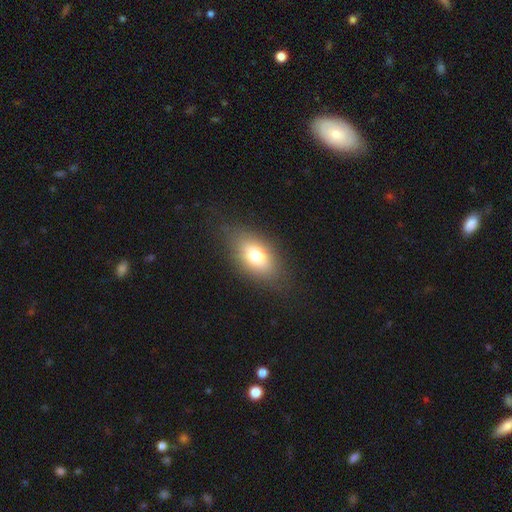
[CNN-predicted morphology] smooth-or-featured: smooth: 74% | featured or disk: 16% | star or artifact: 10%
  how-rounded: in between: 86% | round: 9% | cigar-shaped: 5%
  merging: none: 78% | minor disturbance: 15% | major disturbance: 6% | merger: 1%